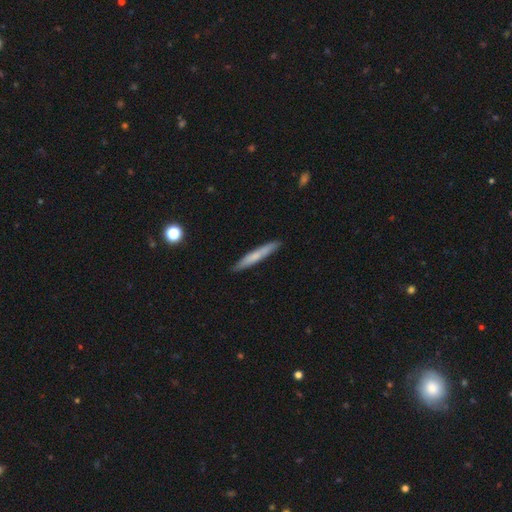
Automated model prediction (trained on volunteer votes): This is likely a smooth galaxy (64%). How rounded: clearly cigar-shaped (95%). Merging: clearly none (89%).